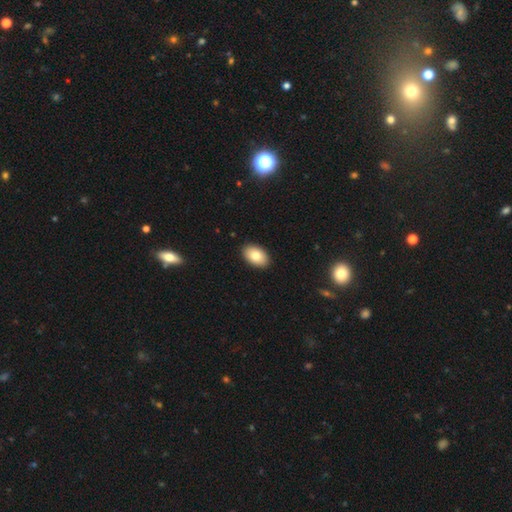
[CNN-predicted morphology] This appears to be a smooth galaxy with no disk features (83%) that is in between round and cigar-shaped (93%). Merging: none (90%).